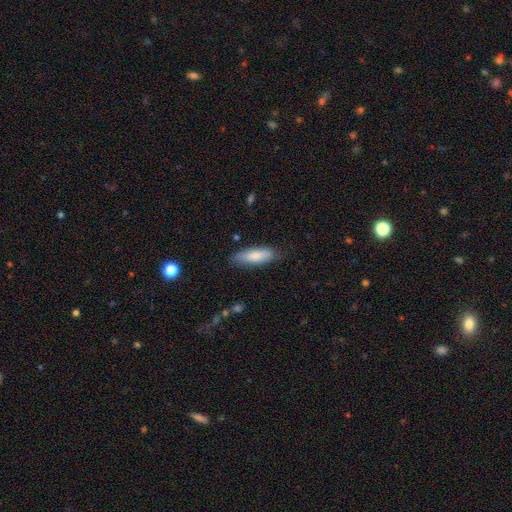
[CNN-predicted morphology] Smooth or featured?
  - smooth: 77% *
  - featured or disk: 17%
  - star or artifact: 6%
How rounded?
  - in between: 55% *
  - cigar-shaped: 44%
  - round: 2%
Merging?
  - none: 80% *
  - minor disturbance: 16%
  - major disturbance: 3%
  - merger: 1%